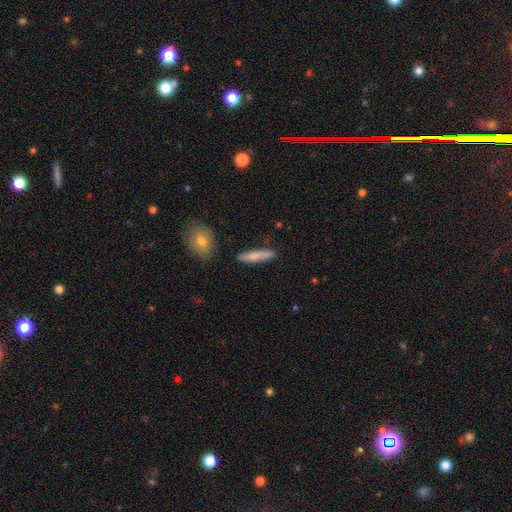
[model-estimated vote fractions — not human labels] Smooth or featured: smooth — 72% (featured or disk — 22%)
How rounded: cigar-shaped — 87% (in between — 11%)
Merging: none — 85% (minor disturbance — 10%)